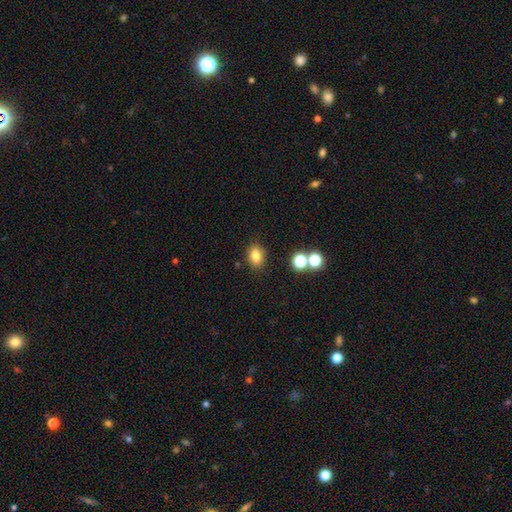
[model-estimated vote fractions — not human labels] smooth 80%, star or artifact 13%, featured or disk 7%. Down the decision tree: how rounded — in between (65%); merging — none (84%).